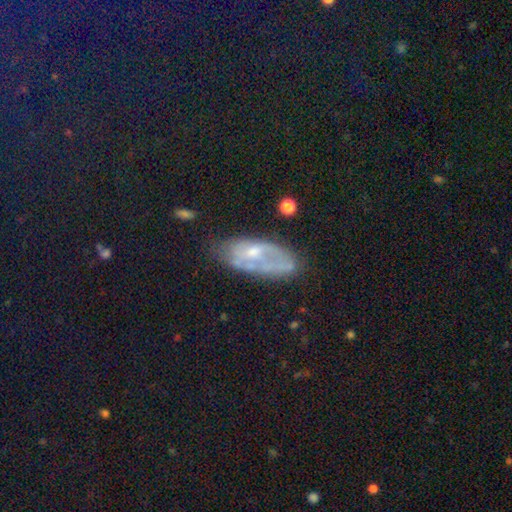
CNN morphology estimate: smooth_or_featured: featured or disk (p=0.38) [alt: star or artifact p=0.31]
merging: none (p=0.59) [alt: minor disturbance p=0.24]